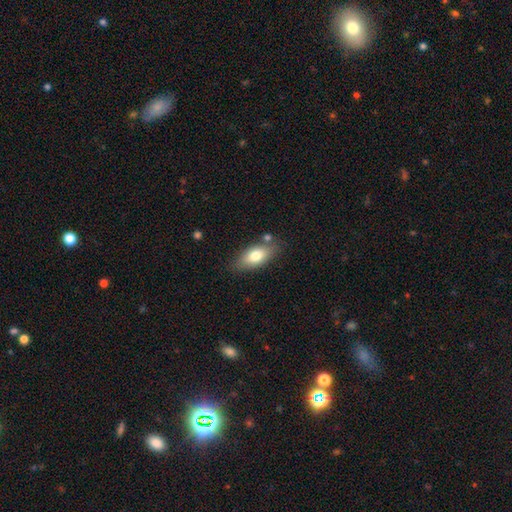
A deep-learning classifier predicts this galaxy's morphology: Q: Smooth or featured?
A: smooth (74%); runner-up: featured or disk (19%)
Q: How rounded?
A: in between (87%); runner-up: cigar-shaped (9%)
Q: Merging?
A: none (74%); runner-up: minor disturbance (16%)